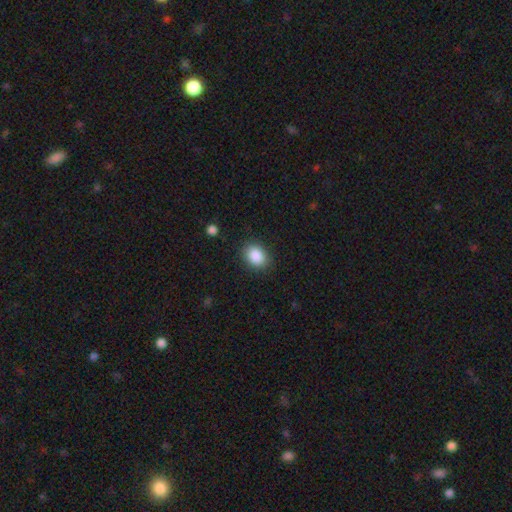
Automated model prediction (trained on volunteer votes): A smooth galaxy with no disk features (88%) that is in between round and cigar-shaped (63%).

Vote fractions:
- Smooth or featured? smooth: 88% / star or artifact: 8% / featured or disk: 4%
- How rounded? in between: 63% / round: 36% / cigar-shaped: 1%
- Merging? none: 86% / minor disturbance: 10% / major disturbance: 3% / merger: 1%